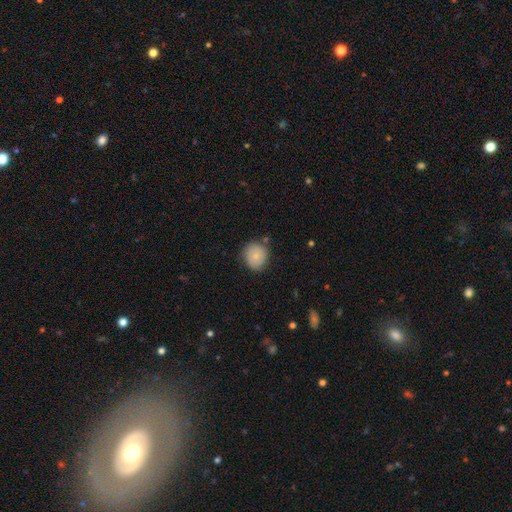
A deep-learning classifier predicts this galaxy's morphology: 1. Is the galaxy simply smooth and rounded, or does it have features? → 80% smooth, 13% featured or disk, 7% star or artifact.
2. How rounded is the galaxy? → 84% round, 15% in between, 1% cigar-shaped.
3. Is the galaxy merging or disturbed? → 75% none, 18% minor disturbance, 4% major disturbance, 3% merger.